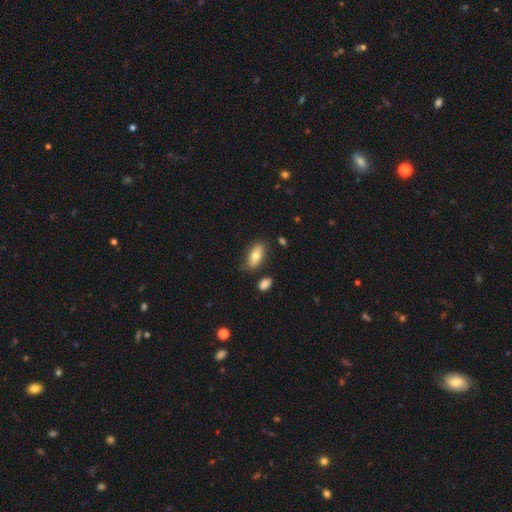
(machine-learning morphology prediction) Smooth or featured? Predicted: smooth (p=0.77). How rounded? Predicted: in between (p=0.87). Merging? Predicted: none (p=0.80).